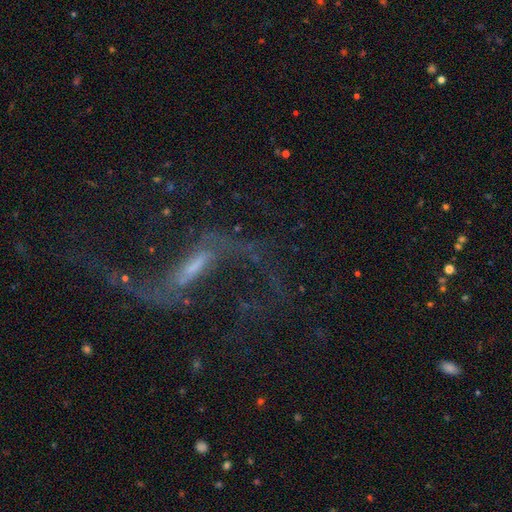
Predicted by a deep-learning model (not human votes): Q: Smooth or featured?
A: featured or disk (85%); runner-up: star or artifact (9%)
Q: Edge-on disk?
A: no (92%); runner-up: yes (8%)
Q: Bar?
A: strong (49%); runner-up: weak (39%)
Q: Spiral arms?
A: yes (94%); runner-up: no (6%)
Q: Spiral winding?
A: loose (85%); runner-up: medium (12%)
Q: Spiral arm count?
A: 2 (93%); runner-up: 1 (2%)
Q: Bulge size?
A: small (43%); runner-up: moderate (27%)
Q: Merging?
A: none (64%); runner-up: major disturbance (19%)